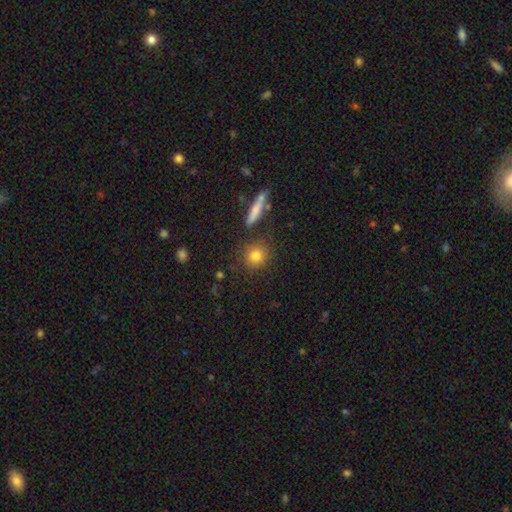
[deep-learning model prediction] smooth-or-featured: smooth: 81% | star or artifact: 11% | featured or disk: 8%
  how-rounded: round: 85% | in between: 12% | cigar-shaped: 3%
  merging: none: 82% | minor disturbance: 9% | merger: 6% | major disturbance: 3%